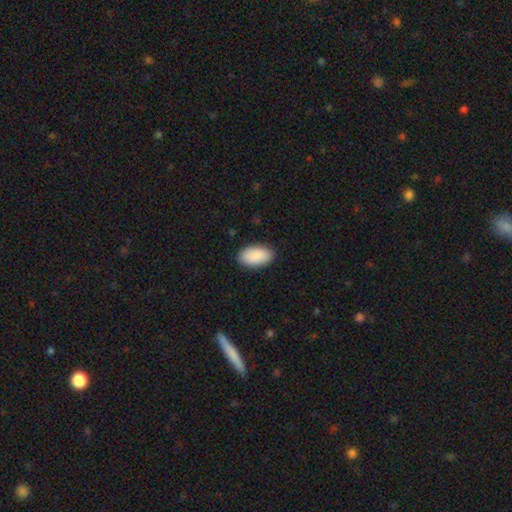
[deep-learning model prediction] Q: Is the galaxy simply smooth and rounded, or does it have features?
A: smooth — 90%.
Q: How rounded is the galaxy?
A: in between — 95%.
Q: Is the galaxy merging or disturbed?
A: none — 88%.